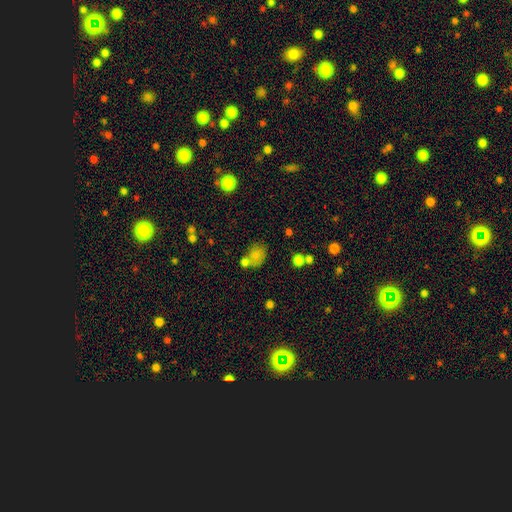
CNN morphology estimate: The model was most divided on "how rounded": in between: 58%, round: 41%, cigar-shaped: 1%. Remaining: smooth or featured — smooth (75%); merging — none (47%).